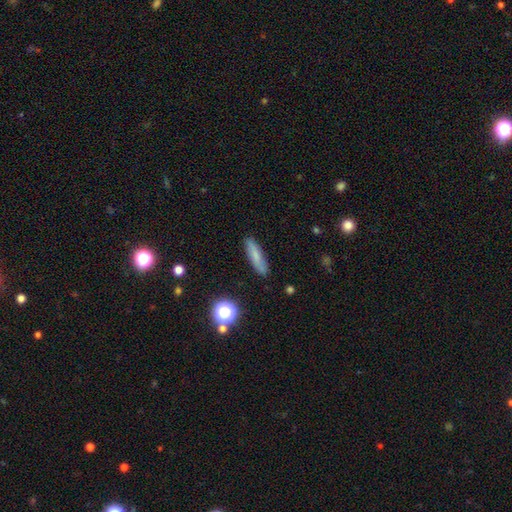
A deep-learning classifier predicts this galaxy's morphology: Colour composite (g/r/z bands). It shows a smooth galaxy with no disk features (69%) that is cigar-shaped (71%). Merging: none (84%).